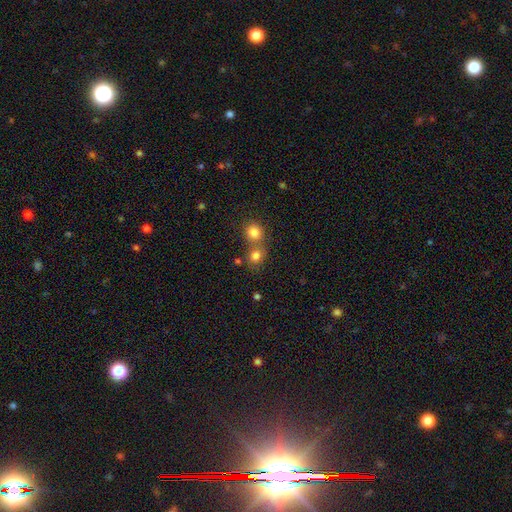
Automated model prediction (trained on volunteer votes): The model was most divided on "merging": none: 45%, merger: 44%, minor disturbance: 8%, major disturbance: 3%. More confident: smooth or featured — smooth (80%); how rounded — round (71%).